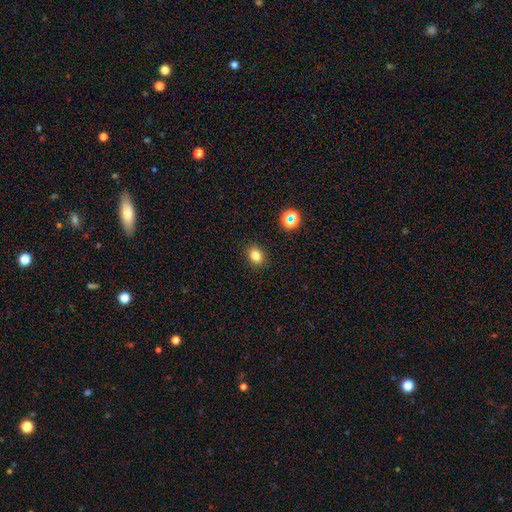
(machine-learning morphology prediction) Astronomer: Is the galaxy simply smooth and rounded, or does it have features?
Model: smooth — 81%.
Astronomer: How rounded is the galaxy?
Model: in between — 55% (runner-up: round, 44%).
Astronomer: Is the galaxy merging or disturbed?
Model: none — 89%.